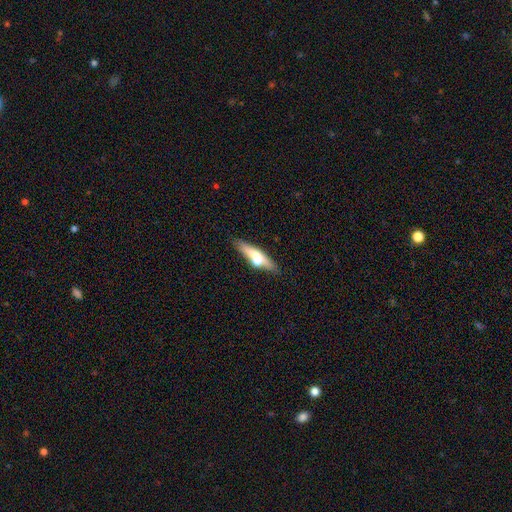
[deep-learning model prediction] Q: Smooth or featured?
A: smooth (51%); runner-up: featured or disk (42%)
Q: How rounded?
A: cigar-shaped (71%); runner-up: in between (26%)
Q: Merging?
A: none (66%); runner-up: merger (16%)